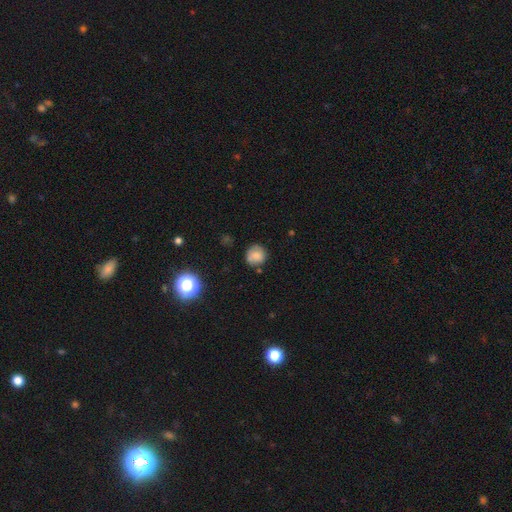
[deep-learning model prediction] smooth-or-featured: smooth: 72% | featured or disk: 17% | star or artifact: 11%
  how-rounded: round: 87% | in between: 12% | cigar-shaped: 1%
  merging: none: 74% | minor disturbance: 19% | major disturbance: 4% | merger: 4%